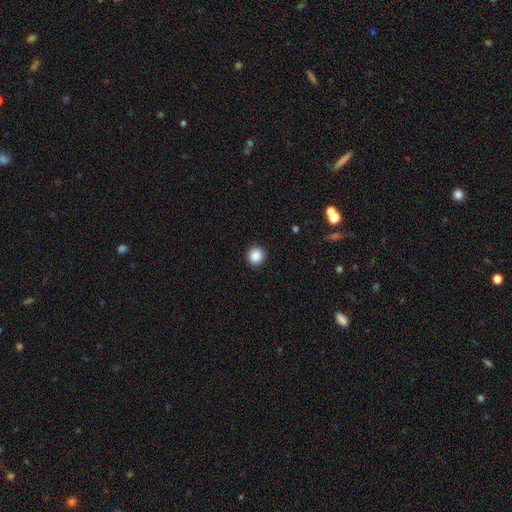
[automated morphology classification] Smooth or featured? Predicted: smooth (p=0.88). How rounded? Predicted: round (p=0.92). Merging? Predicted: none (p=0.92).